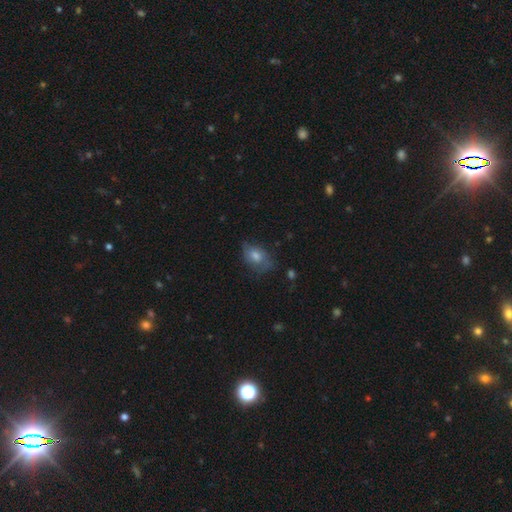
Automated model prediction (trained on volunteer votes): Smooth or featured? Predicted: smooth (p=0.57). How rounded? Predicted: in between (p=0.76). Merging? Predicted: none (p=0.63).